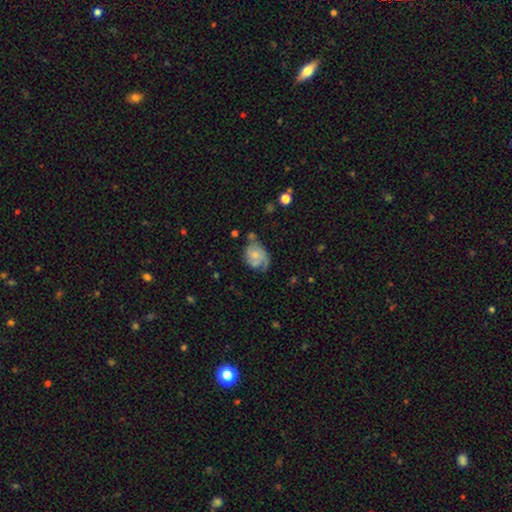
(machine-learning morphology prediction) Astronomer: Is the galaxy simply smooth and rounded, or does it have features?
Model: featured or disk — 61%.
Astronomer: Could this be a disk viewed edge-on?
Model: no — 97%.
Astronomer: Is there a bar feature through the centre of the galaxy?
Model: no — 74%.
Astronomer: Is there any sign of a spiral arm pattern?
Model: yes — 85%.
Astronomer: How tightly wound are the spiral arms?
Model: tight — 46% (runner-up: medium, 36%).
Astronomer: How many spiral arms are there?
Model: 2 — 40% (runner-up: can't tell, 24%).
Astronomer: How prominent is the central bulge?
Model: small — 47% (runner-up: moderate, 35%).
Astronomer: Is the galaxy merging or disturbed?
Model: none — 41% (runner-up: minor disturbance, 31%).